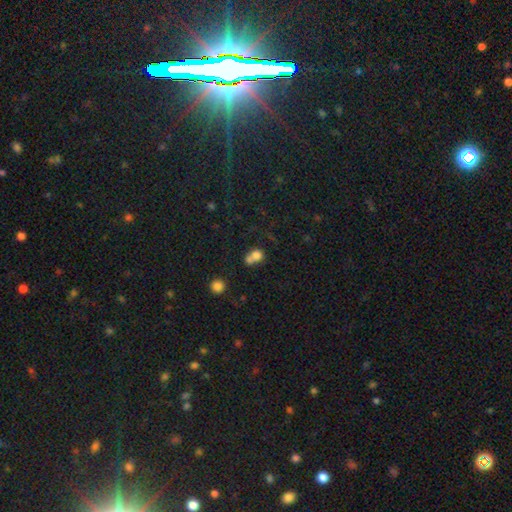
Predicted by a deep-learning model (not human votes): Morphology: type=smooth (74%); roundness=round (61%); merging=merger (59%).